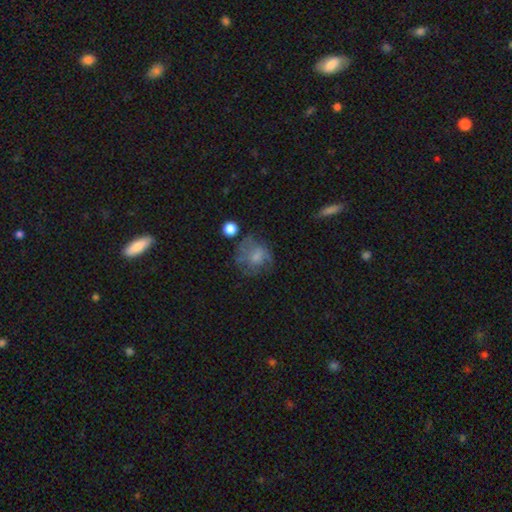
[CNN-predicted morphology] The model was most divided on "smooth or featured": smooth: 50%, featured or disk: 38%, star or artifact: 11%. Remaining: how rounded — round (72%); merging — none (48%).